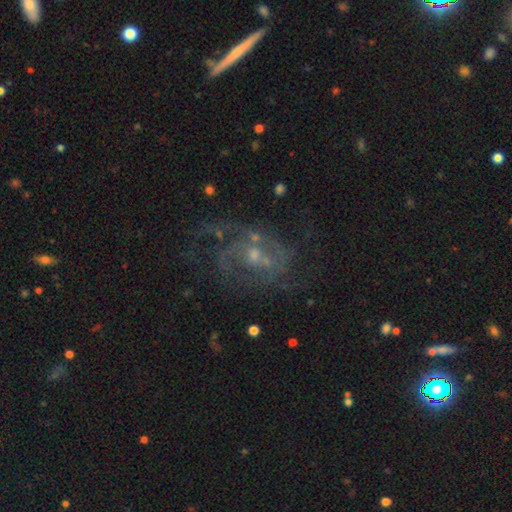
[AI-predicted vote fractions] This appears to be a featured or disk galaxy (82%) with no bar (60%), 2 (37%) medium (48%) spiral arms (87%) and a small central bulge (55%). Merging: none (53%).